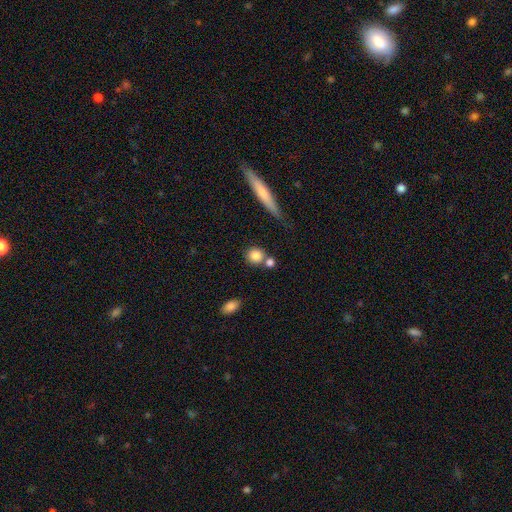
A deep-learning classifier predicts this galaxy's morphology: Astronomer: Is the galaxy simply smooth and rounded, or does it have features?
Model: smooth — 83%.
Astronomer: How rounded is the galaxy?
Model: round — 83%.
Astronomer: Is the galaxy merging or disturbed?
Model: none — 63%.